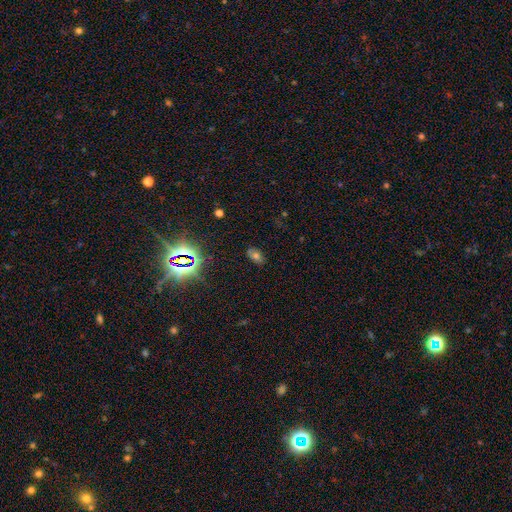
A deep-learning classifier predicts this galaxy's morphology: A smooth galaxy with no disk features (46%). Merging: none (82%).